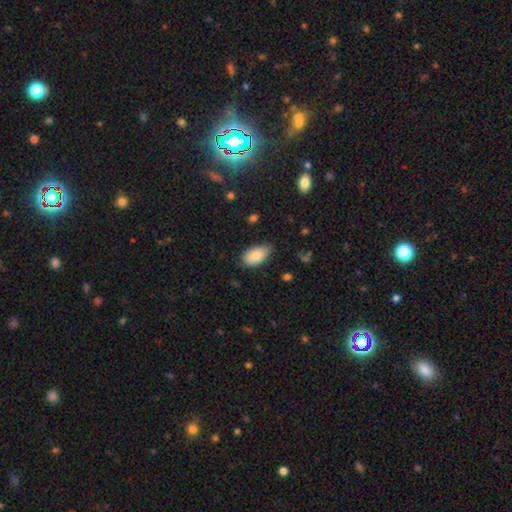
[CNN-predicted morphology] This appears to be a smooth galaxy with no disk features (82%) that is in between round and cigar-shaped (93%). Merging: none (64%).